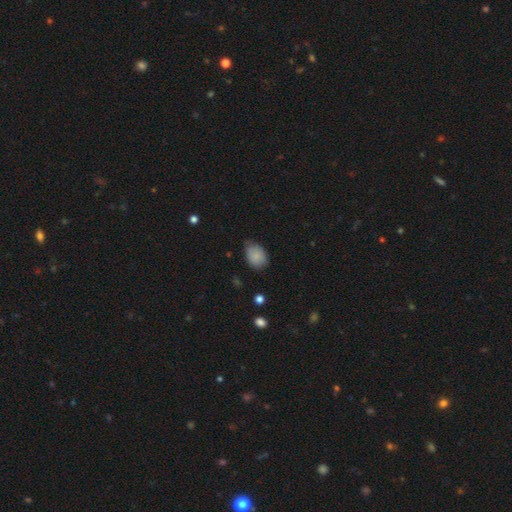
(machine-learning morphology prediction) Smooth or featured?
  - smooth: 86% *
  - star or artifact: 8%
  - featured or disk: 6%
How rounded?
  - in between: 76% *
  - round: 23%
  - cigar-shaped: 1%
Merging?
  - none: 63% *
  - minor disturbance: 30%
  - major disturbance: 5%
  - merger: 1%